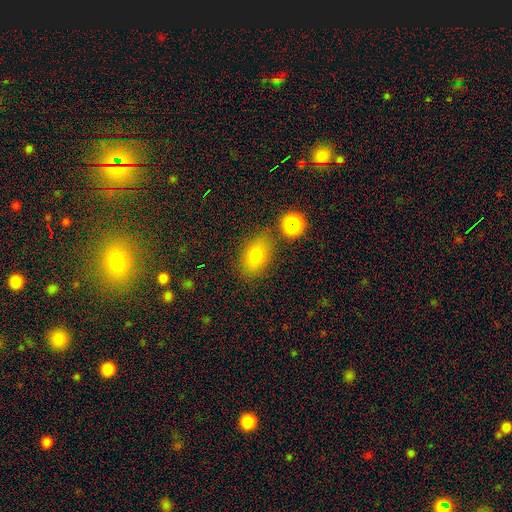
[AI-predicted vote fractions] Smooth or featured?
  - smooth: 78% *
  - star or artifact: 12%
  - featured or disk: 10%
How rounded?
  - in between: 75% *
  - round: 24%
  - cigar-shaped: 2%
Merging?
  - none: 75% *
  - minor disturbance: 14%
  - merger: 6%
  - major disturbance: 5%